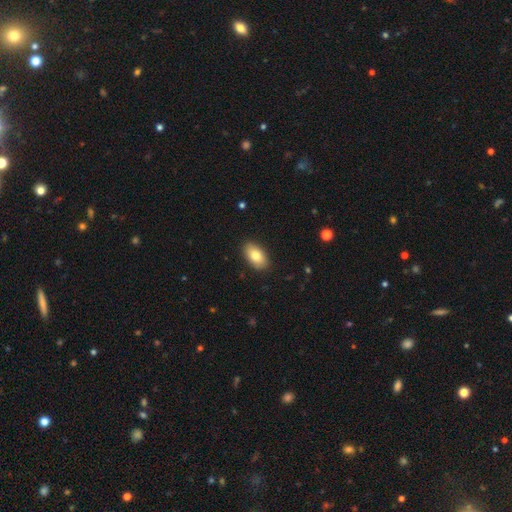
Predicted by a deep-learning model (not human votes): Smooth or featured: smooth — 80% (featured or disk — 13%)
How rounded: in between — 93% (round — 5%)
Merging: none — 89% (minor disturbance — 8%)